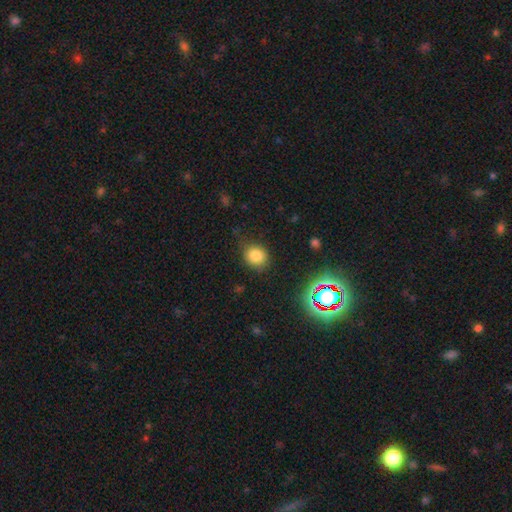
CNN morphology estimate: type=smooth (80%); roundness=round (73%); merging=none (74%).